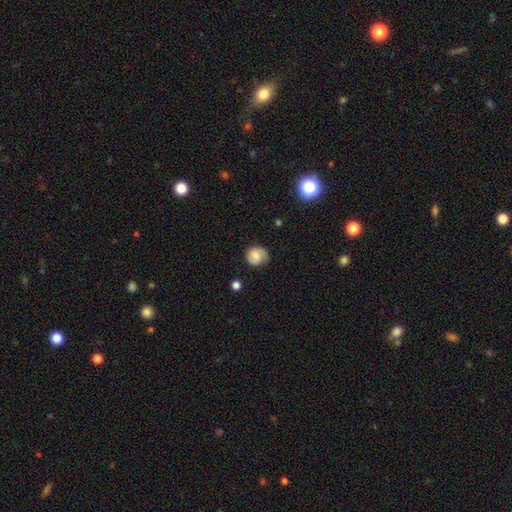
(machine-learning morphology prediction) A smooth galaxy with no disk features (60%) that is round (79%).

Vote fractions:
- Smooth or featured? smooth: 60% / featured or disk: 31% / star or artifact: 9%
- How rounded? round: 79% / in between: 20% / cigar-shaped: 1%
- Merging? none: 73% / minor disturbance: 20% / major disturbance: 5% / merger: 1%